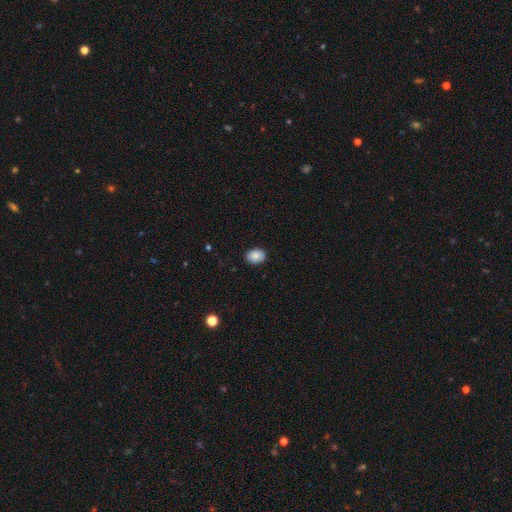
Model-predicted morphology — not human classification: smooth-or-featured: smooth: 88% | star or artifact: 8% | featured or disk: 4%
  how-rounded: in between: 69% | round: 30% | cigar-shaped: 1%
  merging: none: 89% | minor disturbance: 8% | major disturbance: 2% | merger: 1%